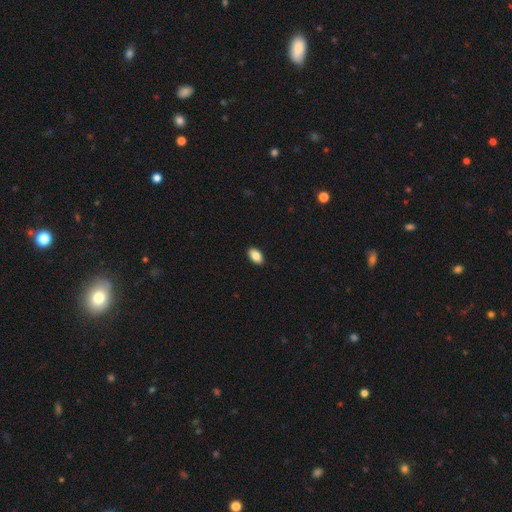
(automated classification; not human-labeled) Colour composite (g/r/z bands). It shows a smooth galaxy with no disk features (87%) that is in between round and cigar-shaped (93%). Merging: none (90%).